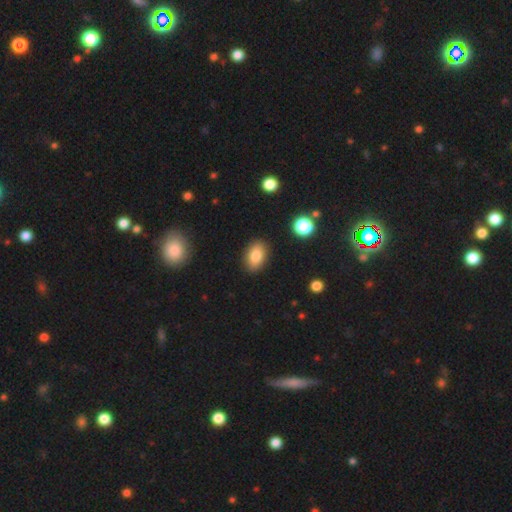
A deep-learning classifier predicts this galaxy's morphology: type=smooth (82%); roundness=in between (88%); merging=none (87%).